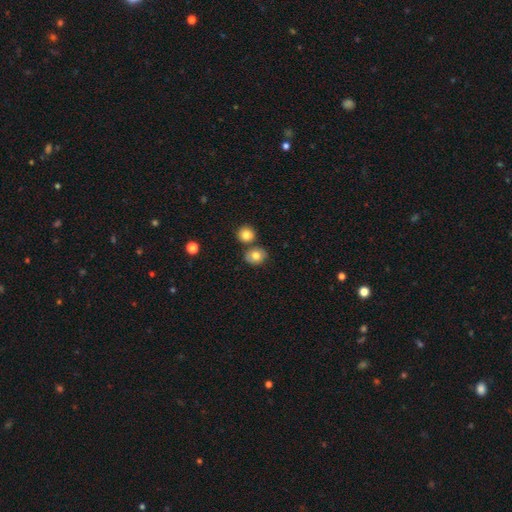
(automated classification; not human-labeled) Overall: smooth (78%). How rounded: round (62%; in between 37%). Merging: none (68%).